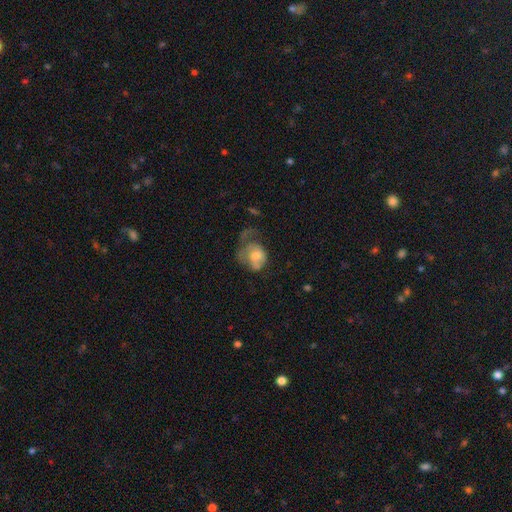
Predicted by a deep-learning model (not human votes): smooth 50%, featured or disk 42%, star or artifact 8%. Down the decision tree: how rounded — round (50%); merging — major disturbance (52%).